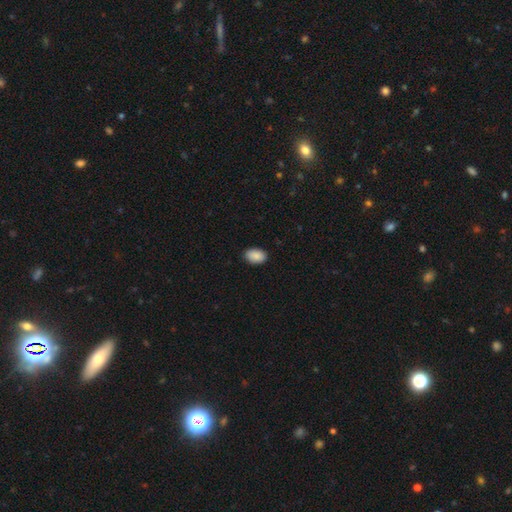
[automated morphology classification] This appears to be a smooth galaxy with no disk features (90%) that is in between round and cigar-shaped (90%). Merging: none (88%).